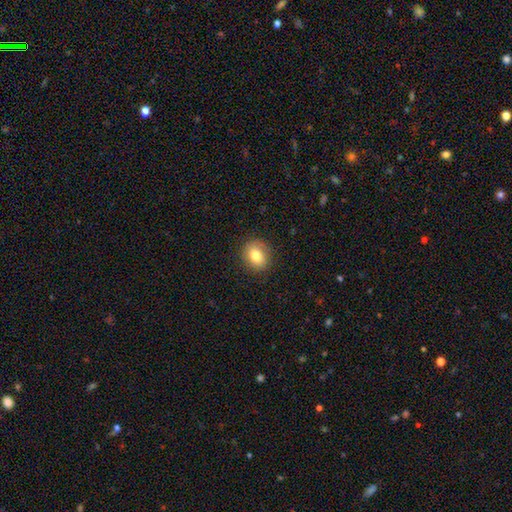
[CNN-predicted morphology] This appears to be a smooth galaxy with no disk features (79%) that is round (59%). Merging: none (86%).